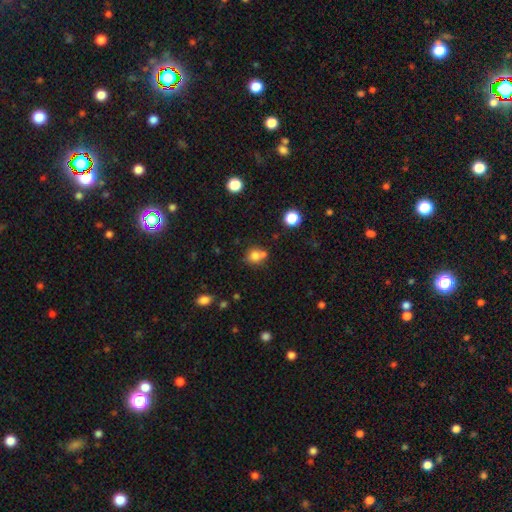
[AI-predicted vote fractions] A smooth galaxy with no disk features (77%) that is round (75%). Merging: none (50%).